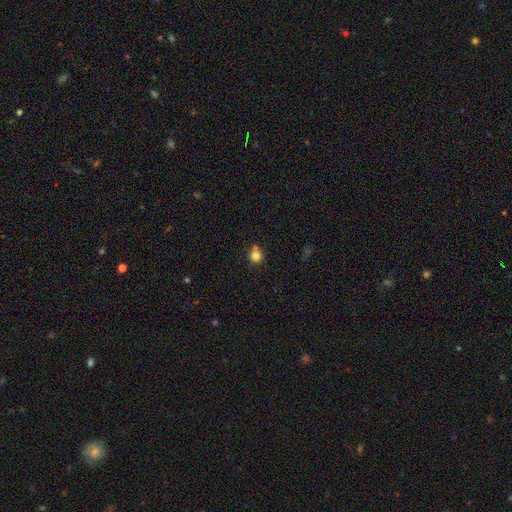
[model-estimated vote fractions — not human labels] smooth_or_featured: smooth (p=0.80) [alt: star or artifact p=0.13]
how_rounded: round (p=0.91) [alt: in between p=0.08]
merging: none (p=0.68) [alt: merger p=0.19]